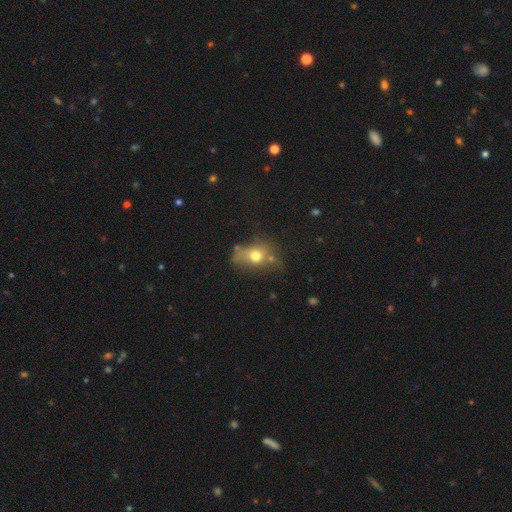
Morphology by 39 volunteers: This appears to be a smooth galaxy with no disk features (67%) that is in between round and cigar-shaped (69%). Merging: none (39%).